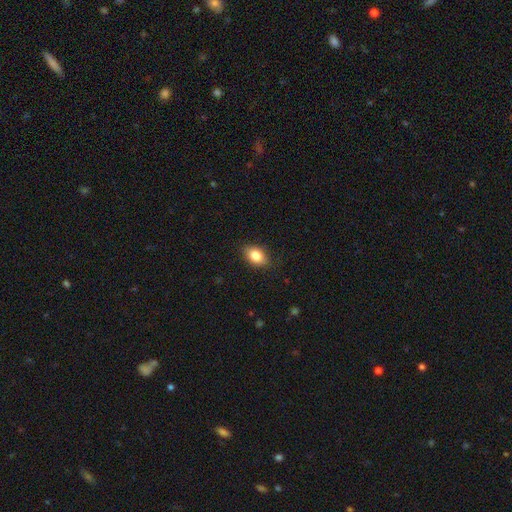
This appears to be a smooth galaxy with no disk features (82%) that is in between round and cigar-shaped (79%). Merging: none (84%).